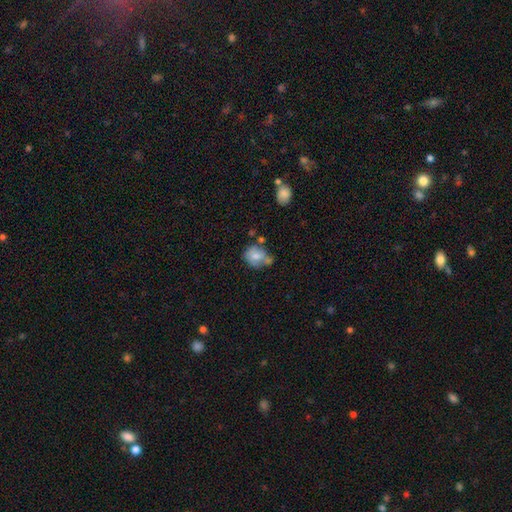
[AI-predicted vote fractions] Morphology: type=smooth (69%); roundness=round (59%); merging=none (38%).